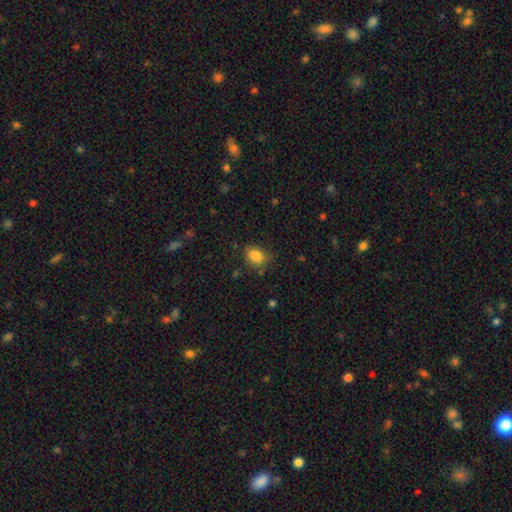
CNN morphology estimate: Smooth or featured? smooth (85%)
How rounded? in between (69%)
Merging? none (74%)